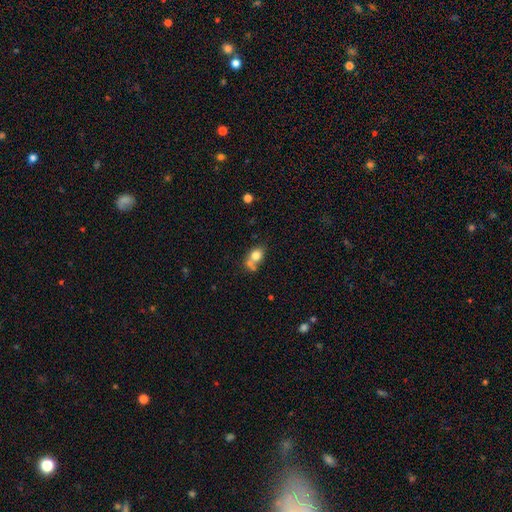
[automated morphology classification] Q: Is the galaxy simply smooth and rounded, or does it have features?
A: smooth — 75%.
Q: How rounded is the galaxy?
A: round — 51%.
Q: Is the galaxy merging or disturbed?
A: merger — 42%.